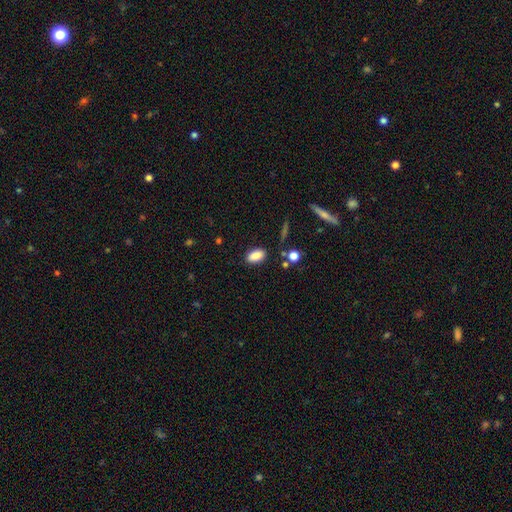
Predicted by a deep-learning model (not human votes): smooth-or-featured: smooth: 86% | star or artifact: 8% | featured or disk: 5%
  how-rounded: in between: 90% | round: 6% | cigar-shaped: 4%
  merging: none: 85% | minor disturbance: 10% | major disturbance: 3% | merger: 3%